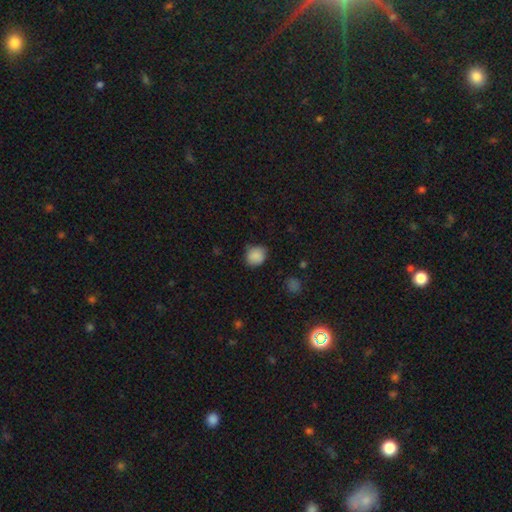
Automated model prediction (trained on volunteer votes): This appears to be a smooth galaxy with no disk features (86%) that is round (73%). Merging: none (74%).